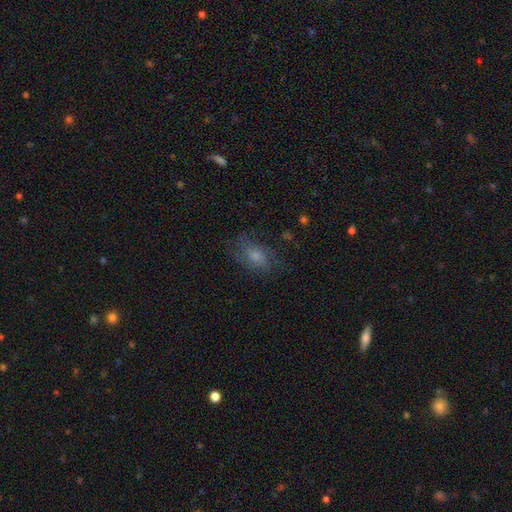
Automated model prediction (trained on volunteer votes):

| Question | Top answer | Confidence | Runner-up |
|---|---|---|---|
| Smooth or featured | featured or disk | 46% | smooth (41%) |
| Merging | none | 65% | minor disturbance (20%) |